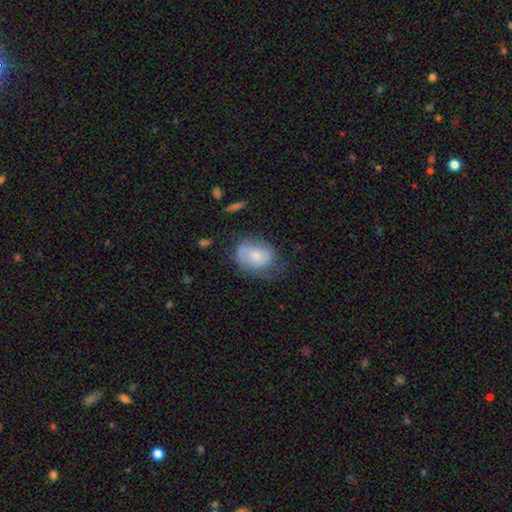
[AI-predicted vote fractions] Q: Smooth or featured?
A: smooth (55%); runner-up: featured or disk (37%)
Q: How rounded?
A: in between (63%); runner-up: round (36%)
Q: Merging?
A: none (52%); runner-up: minor disturbance (31%)